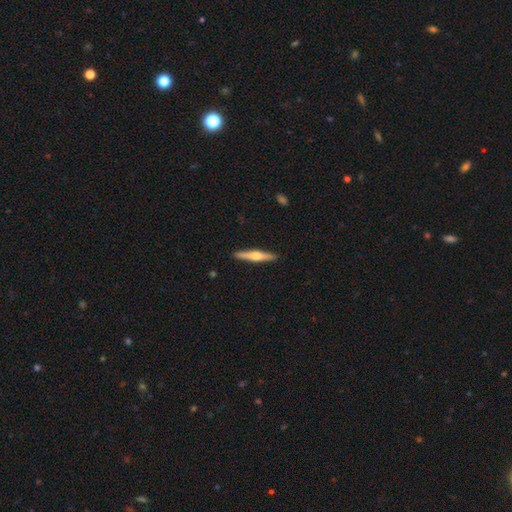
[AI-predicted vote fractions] Smooth or featured? featured or disk (64%)
Edge-on disk? yes (98%)
Edge-on bulge? rounded (93%)
Merging? none (92%)